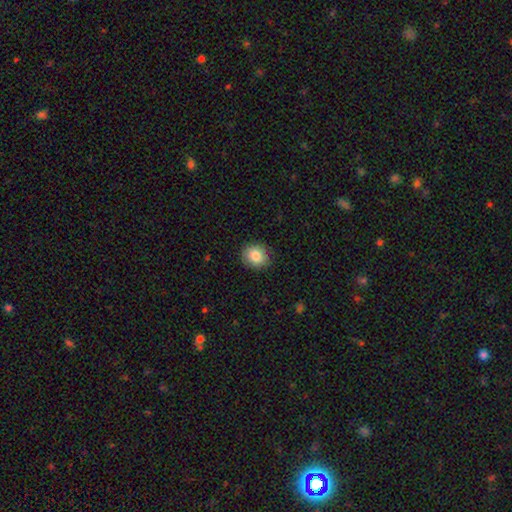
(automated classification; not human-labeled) Morphology: type=smooth (85%); roundness=round (73%); merging=none (88%).